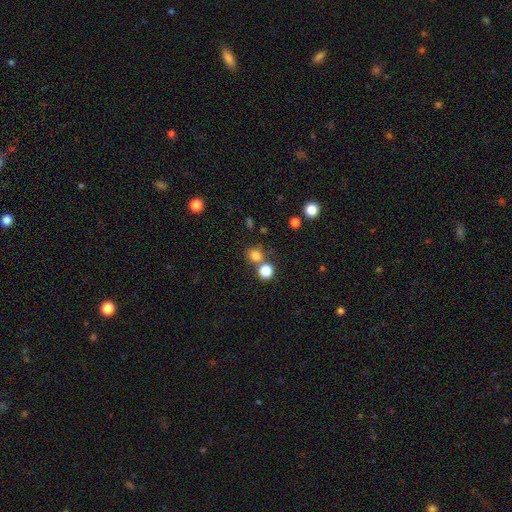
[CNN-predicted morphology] Smooth or featured?
  - smooth: 79% *
  - star or artifact: 16%
  - featured or disk: 6%
How rounded?
  - round: 81% *
  - in between: 18%
  - cigar-shaped: 1%
Merging?
  - none: 65% *
  - merger: 22%
  - minor disturbance: 8%
  - major disturbance: 4%